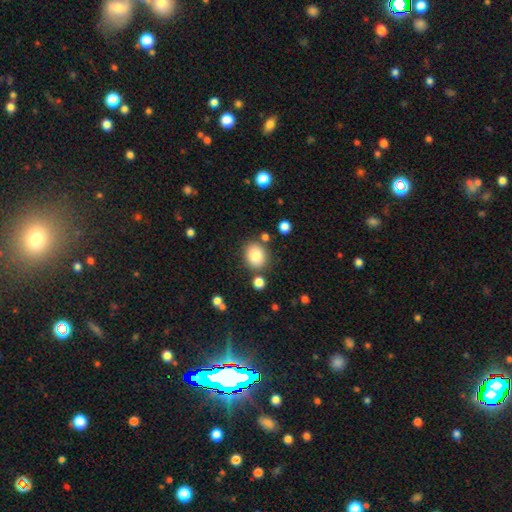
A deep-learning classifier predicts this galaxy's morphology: smooth_or_featured: smooth (p=0.84) [alt: star or artifact p=0.10]
how_rounded: round (p=0.61) [alt: in between p=0.38]
merging: none (p=0.79) [alt: minor disturbance p=0.10]